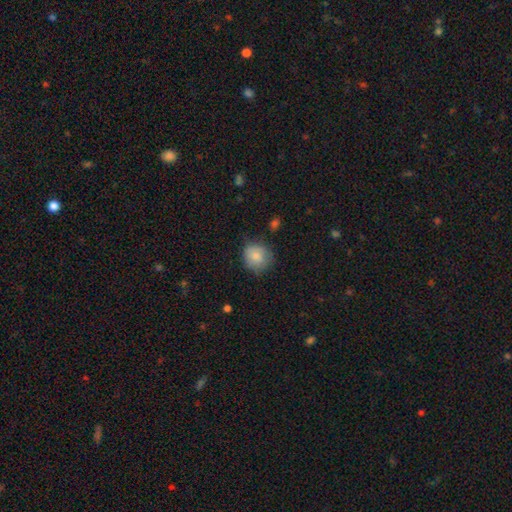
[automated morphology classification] smooth_or_featured: smooth (p=0.82) [alt: featured or disk p=0.10]
how_rounded: round (p=0.84) [alt: in between p=0.15]
merging: none (p=0.69) [alt: minor disturbance p=0.23]